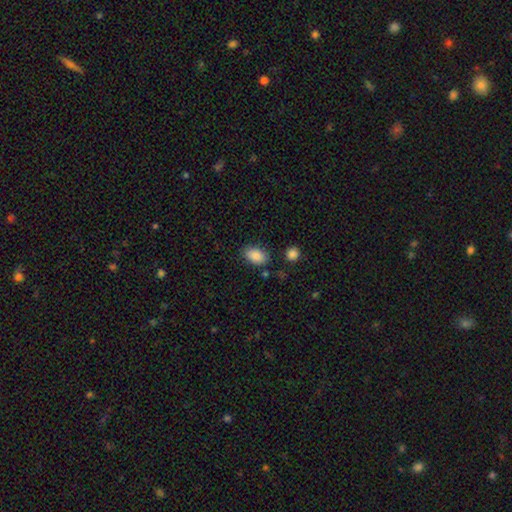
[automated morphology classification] Q: Smooth or featured?
A: smooth (88%); runner-up: star or artifact (8%)
Q: How rounded?
A: in between (89%); runner-up: round (9%)
Q: Merging?
A: none (80%); runner-up: minor disturbance (13%)